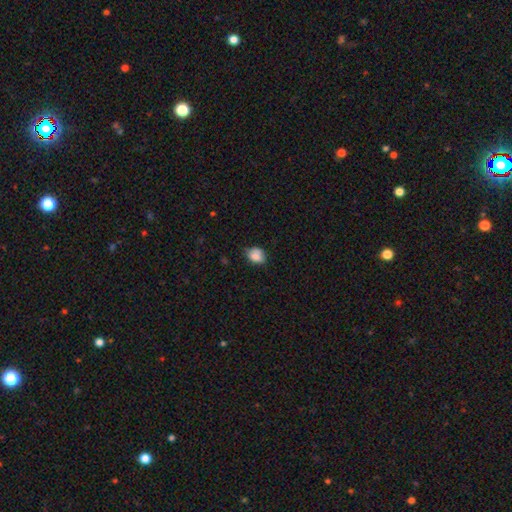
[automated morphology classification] Smooth or featured?
  - smooth: 79% *
  - featured or disk: 11%
  - star or artifact: 9%
How rounded?
  - in between: 67% *
  - round: 31%
  - cigar-shaped: 1%
Merging?
  - none: 58% *
  - minor disturbance: 32%
  - major disturbance: 6%
  - merger: 4%